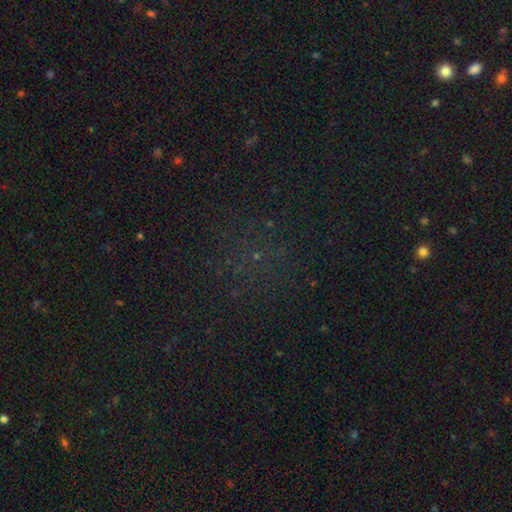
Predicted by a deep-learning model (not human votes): A star or artifact, not a galaxy (63%).